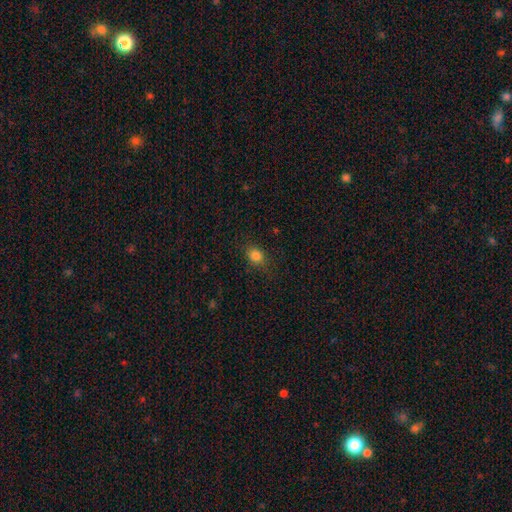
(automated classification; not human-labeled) A smooth galaxy with no disk features (83%) that is round (54%). Merging: none (82%).